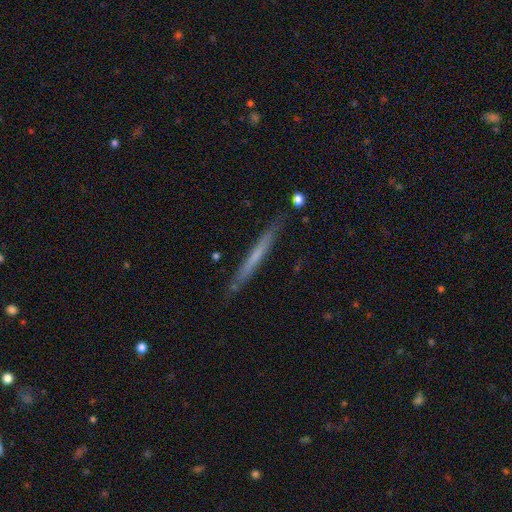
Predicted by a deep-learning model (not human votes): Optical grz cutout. It shows a smooth galaxy with no disk features (48%). Merging: none (86%).